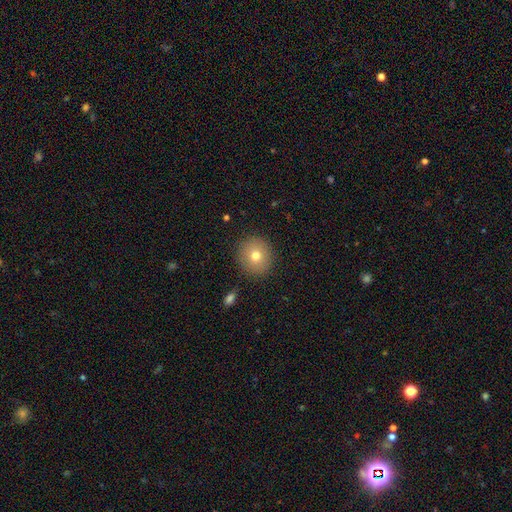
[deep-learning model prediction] The model was most divided on "smooth or featured": smooth: 74%, featured or disk: 15%, star or artifact: 11%. More confident: how rounded — round (91%); merging — none (89%).